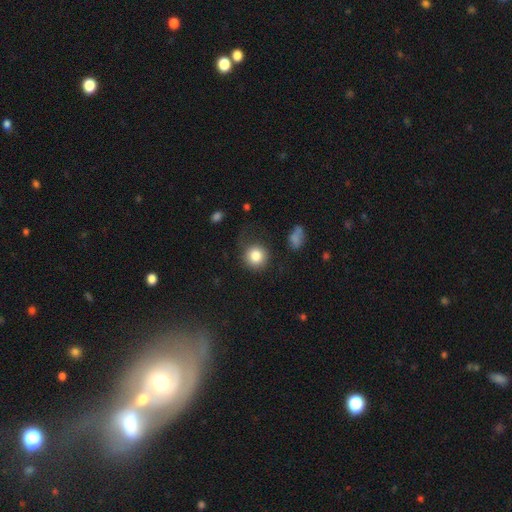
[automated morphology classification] Smooth or featured?
  - smooth: 83% *
  - star or artifact: 10%
  - featured or disk: 7%
How rounded?
  - round: 90% *
  - in between: 9%
  - cigar-shaped: 1%
Merging?
  - none: 74% *
  - minor disturbance: 16%
  - major disturbance: 8%
  - merger: 2%